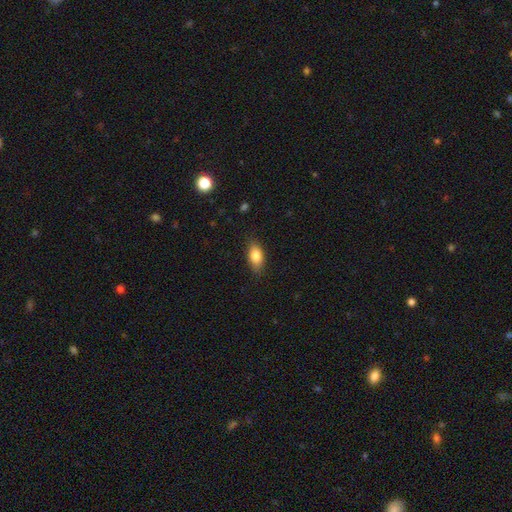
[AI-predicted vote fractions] Overall: smooth (83%). How rounded: in between (87%). Merging: none (84%).